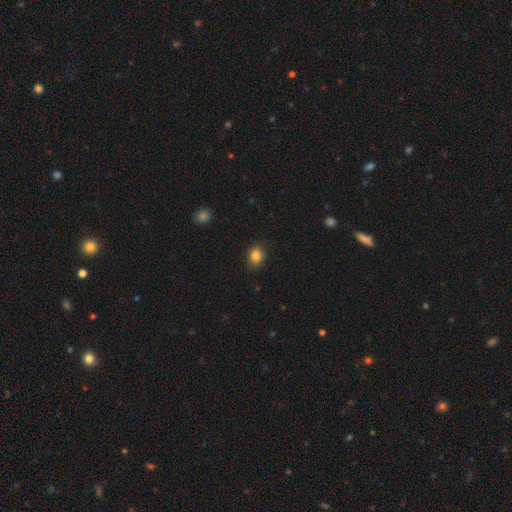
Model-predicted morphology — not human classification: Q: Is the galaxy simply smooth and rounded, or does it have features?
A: smooth — 85%.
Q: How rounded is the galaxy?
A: round — 59%.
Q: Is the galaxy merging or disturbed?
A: none — 84%.